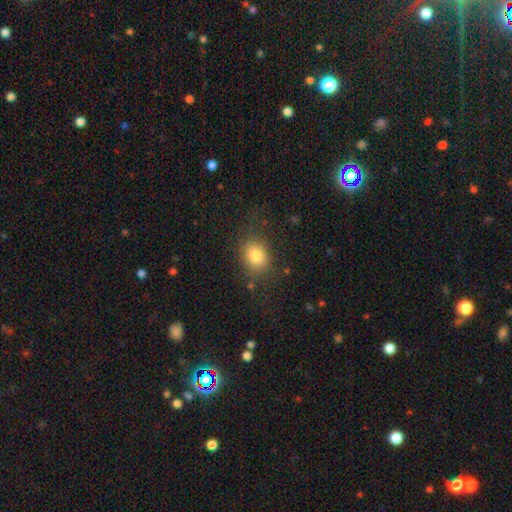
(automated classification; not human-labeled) Overall: smooth (81%). How rounded: in between (50%; round 49%). Merging: none (76%).